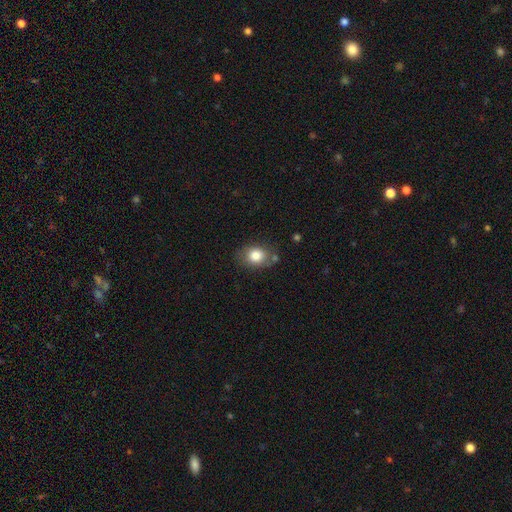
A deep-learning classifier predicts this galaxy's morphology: Smooth or featured: smooth — 81% (featured or disk — 10%)
How rounded: in between — 57% (round — 42%)
Merging: none — 70% (minor disturbance — 18%)